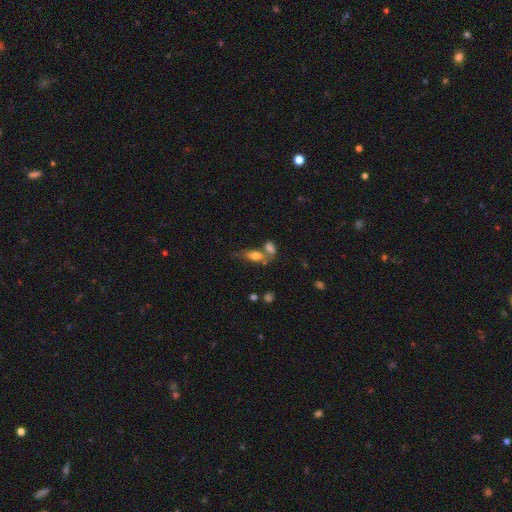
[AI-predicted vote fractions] This is likely a smooth galaxy (66%). How rounded: likely in between (72%). Merging: marginally merger (41%).